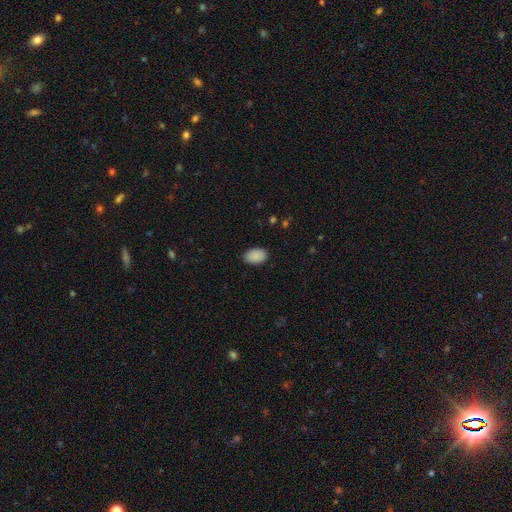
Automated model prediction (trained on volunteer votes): smooth 90%, star or artifact 7%, featured or disk 3%. Down the decision tree: how rounded — in between (90%); merging — none (88%).